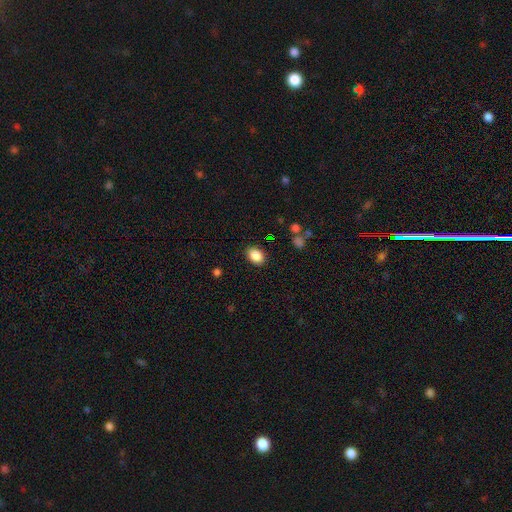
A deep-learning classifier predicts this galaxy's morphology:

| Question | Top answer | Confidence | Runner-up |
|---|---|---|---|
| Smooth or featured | smooth | 87% | star or artifact (9%) |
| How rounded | in between | 73% | round (26%) |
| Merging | none | 88% | minor disturbance (9%) |